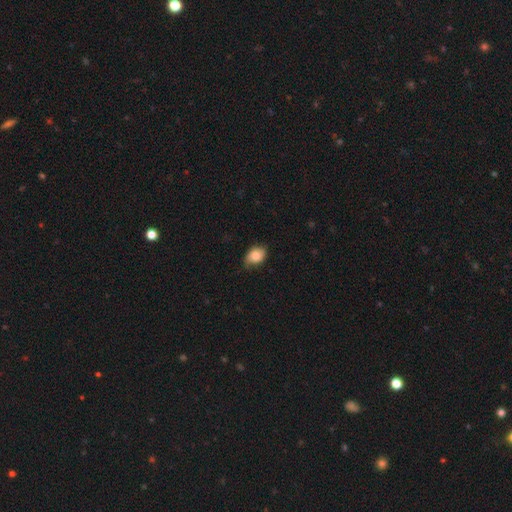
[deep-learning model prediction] This appears to be a smooth galaxy with no disk features (79%) that is in between round and cigar-shaped (78%). Merging: none (61%).